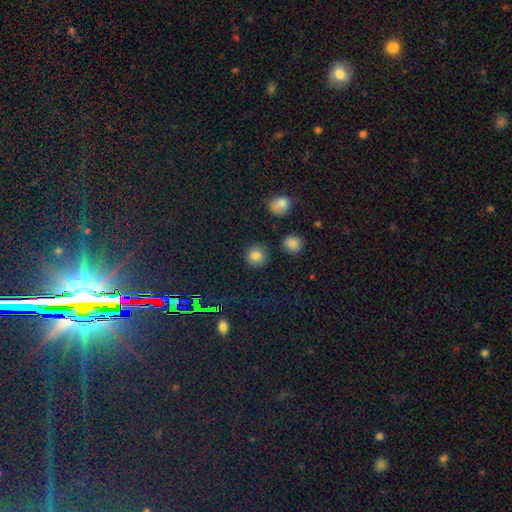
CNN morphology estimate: This is clearly a smooth galaxy (81%). How rounded: clearly round (92%). Merging: clearly none (87%).